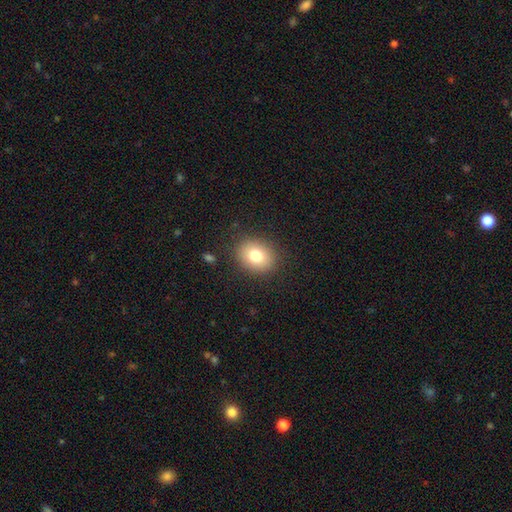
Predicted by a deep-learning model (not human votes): smooth 78%, featured or disk 11%, star or artifact 10%. Down the decision tree: how rounded — round (58%); merging — none (87%).